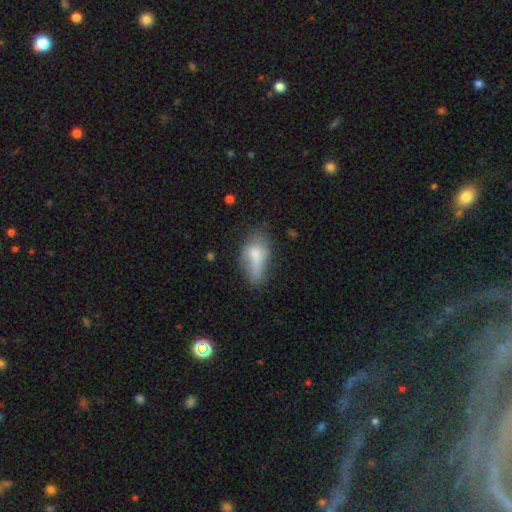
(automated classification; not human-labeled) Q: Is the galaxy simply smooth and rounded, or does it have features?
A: smooth — 68%.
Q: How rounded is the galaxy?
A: in between — 86%.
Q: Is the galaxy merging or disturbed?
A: minor disturbance — 32%, tied with none.